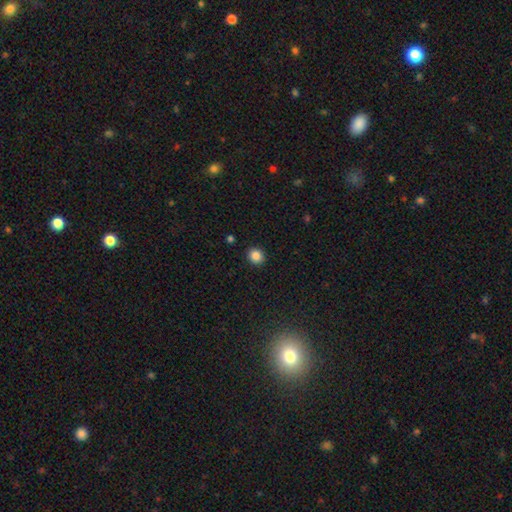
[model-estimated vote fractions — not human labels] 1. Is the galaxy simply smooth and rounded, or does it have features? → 86% smooth, 10% star or artifact, 3% featured or disk.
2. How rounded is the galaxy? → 82% round, 17% in between, 1% cigar-shaped.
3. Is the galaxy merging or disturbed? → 91% none, 6% minor disturbance, 2% major disturbance, 1% merger.